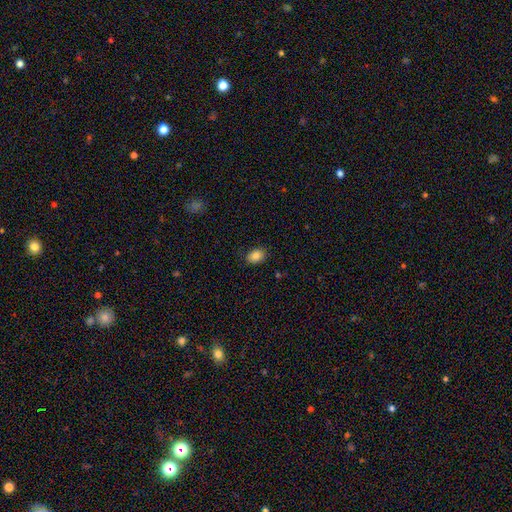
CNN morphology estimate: type=smooth (84%); roundness=in between (75%); merging=none (83%).